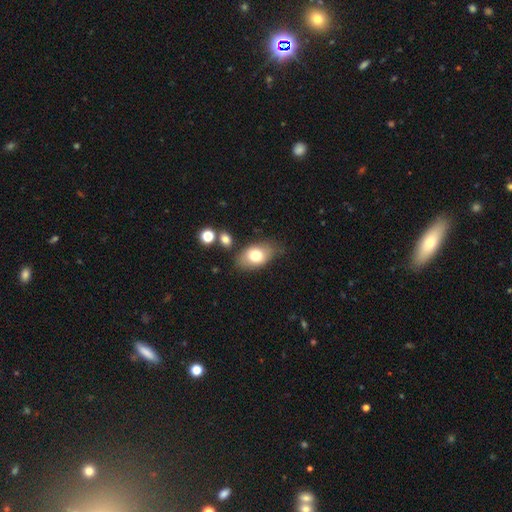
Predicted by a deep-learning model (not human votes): This is likely a smooth galaxy (74%). How rounded: clearly in between (85%). Merging: likely none (72%).